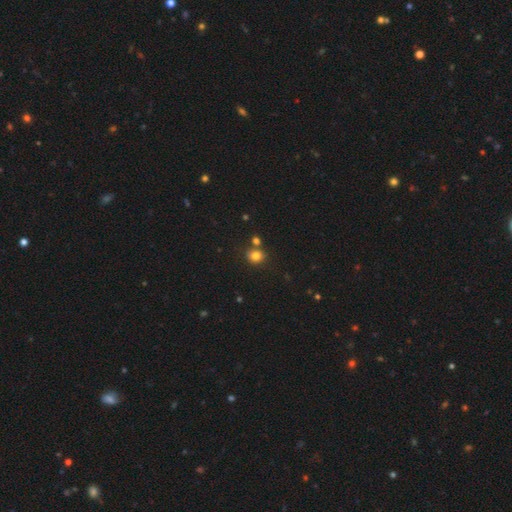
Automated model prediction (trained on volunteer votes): A smooth galaxy with no disk features (80%) that is round (75%). Merging: none (71%).